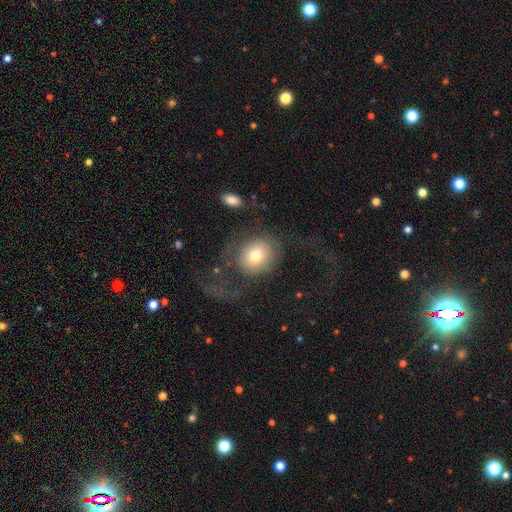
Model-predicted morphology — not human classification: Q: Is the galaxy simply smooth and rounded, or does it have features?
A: smooth — 66%.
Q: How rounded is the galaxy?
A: round — 62%.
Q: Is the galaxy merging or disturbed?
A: major disturbance — 45%.